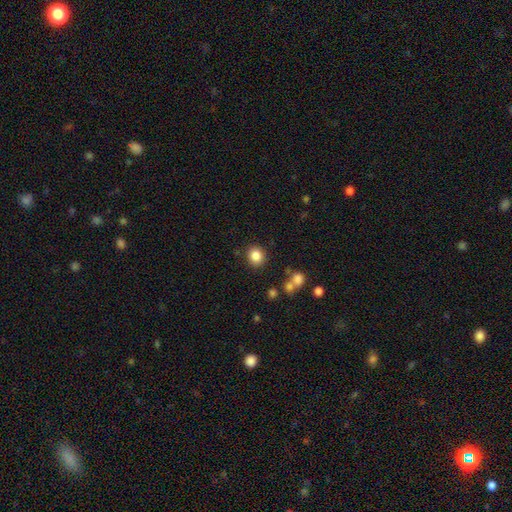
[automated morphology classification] smooth_or_featured: smooth (p=0.84) [alt: star or artifact p=0.10]
how_rounded: round (p=0.82) [alt: in between p=0.17]
merging: none (p=0.87) [alt: minor disturbance p=0.07]